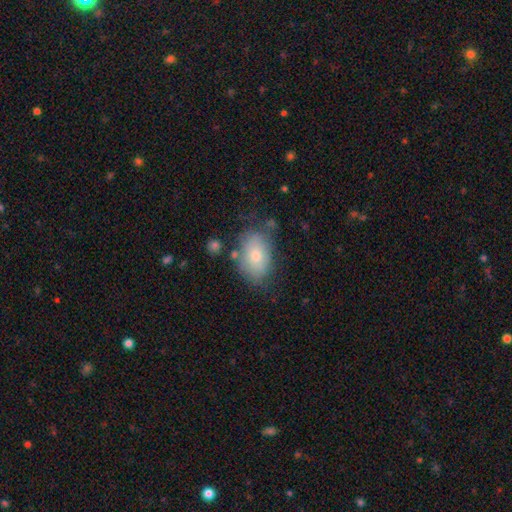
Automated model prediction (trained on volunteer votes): smooth 75%, featured or disk 18%, star or artifact 7%. Down the decision tree: how rounded — in between (88%); merging — none (66%).